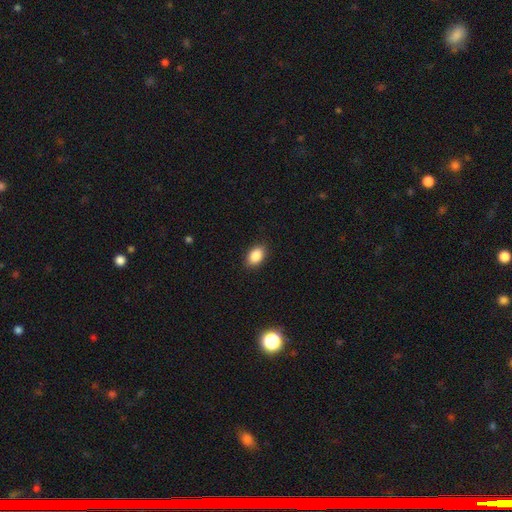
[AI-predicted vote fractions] smooth_or_featured: smooth (p=0.88) [alt: star or artifact p=0.08]
how_rounded: in between (p=0.87) [alt: round p=0.11]
merging: none (p=0.89) [alt: minor disturbance p=0.08]